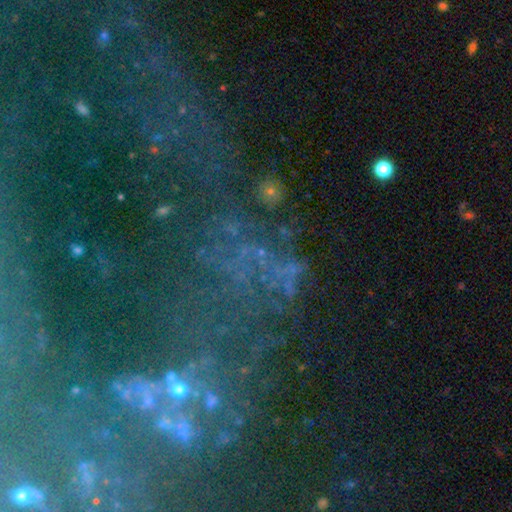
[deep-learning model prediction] Q: Smooth or featured?
A: star or artifact (49%); runner-up: featured or disk (35%)